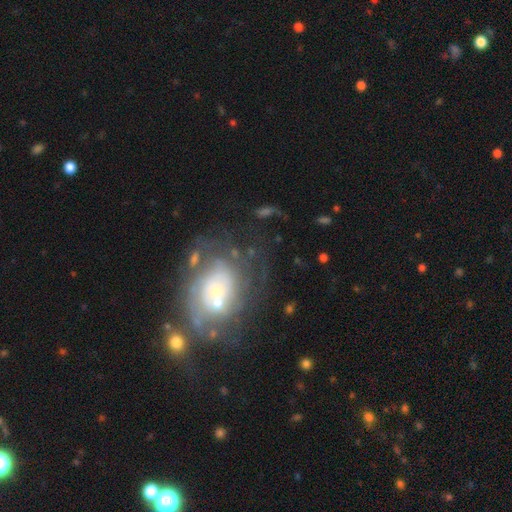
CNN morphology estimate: smooth-or-featured: featured or disk: 62% | smooth: 22% | star or artifact: 16%
  disk-edge-on: no: 95% | yes: 5%
    bar: no: 72% | weak: 22% | strong: 6%
    has-spiral-arms: yes: 71% | no: 29%
    bulge-size: small: 50% | moderate: 31% | large: 10% | none: 7% | dominant: 3%
  merging: none: 59% | minor disturbance: 18% | major disturbance: 14% | merger: 9%